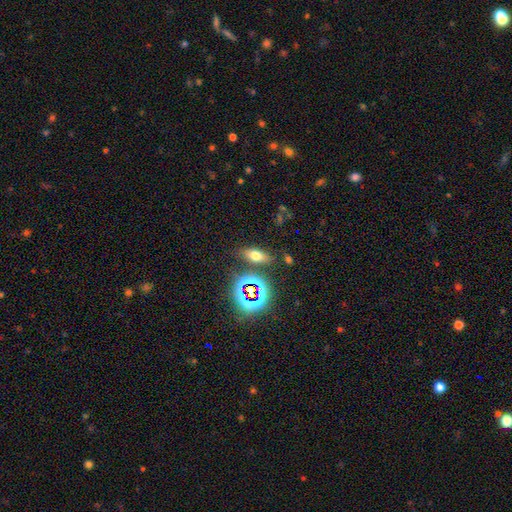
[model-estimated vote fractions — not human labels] Smooth or featured? Predicted: smooth (p=0.59). How rounded? Predicted: in between (p=0.73). Merging? Predicted: none (p=0.81).